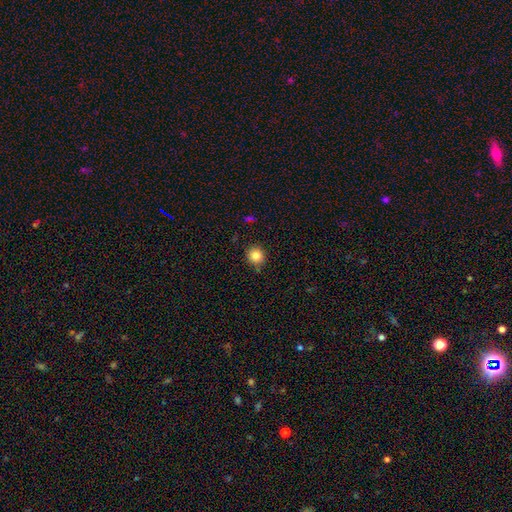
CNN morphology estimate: smooth_or_featured: smooth (p=0.85) [alt: star or artifact p=0.11]
how_rounded: round (p=0.92) [alt: in between p=0.07]
merging: none (p=0.86) [alt: minor disturbance p=0.09]